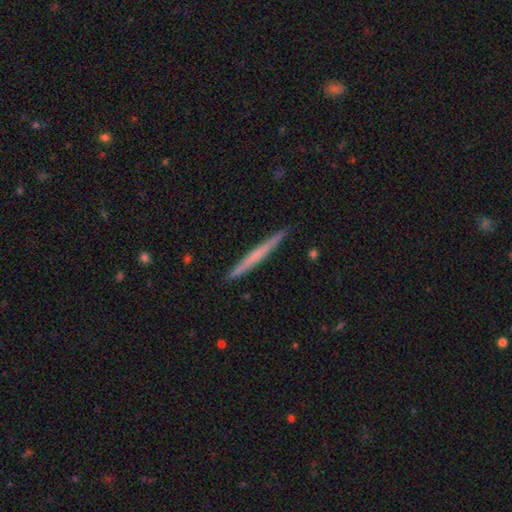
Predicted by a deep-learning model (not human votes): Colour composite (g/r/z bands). It shows a smooth galaxy with no disk features (48%). Merging: none (92%).